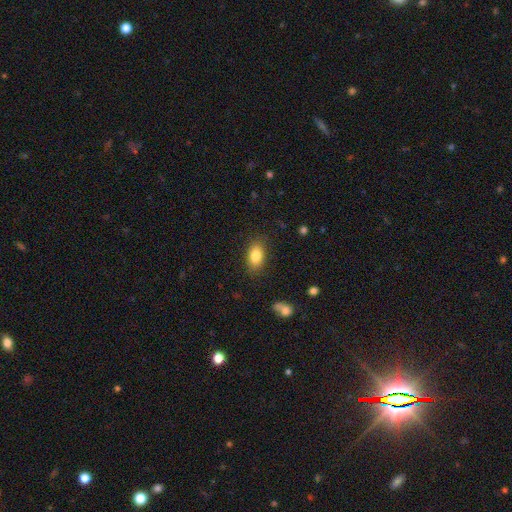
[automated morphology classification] type=smooth (83%); roundness=in between (89%); merging=none (85%).